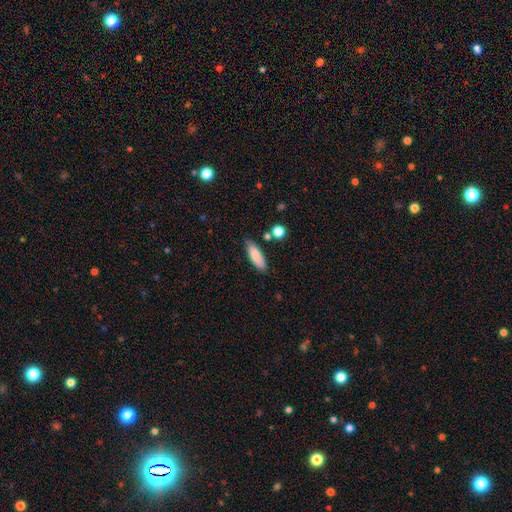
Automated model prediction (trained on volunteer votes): Smooth or featured?
  - smooth: 83% *
  - featured or disk: 10%
  - star or artifact: 7%
How rounded?
  - in between: 62% *
  - cigar-shaped: 36%
  - round: 2%
Merging?
  - none: 79% *
  - minor disturbance: 14%
  - merger: 4%
  - major disturbance: 3%